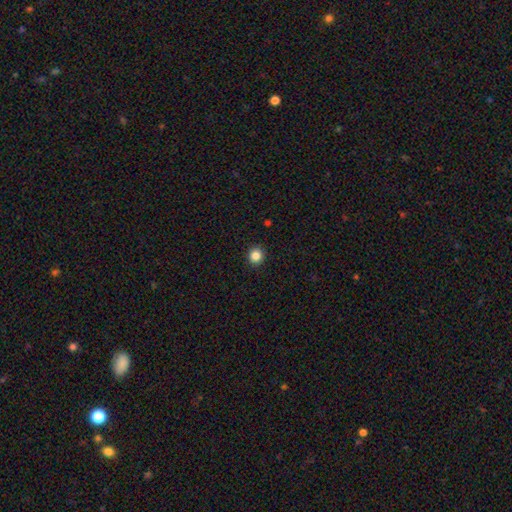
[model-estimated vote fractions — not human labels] This is clearly a smooth galaxy (85%). How rounded: clearly round (93%). Merging: clearly none (93%).